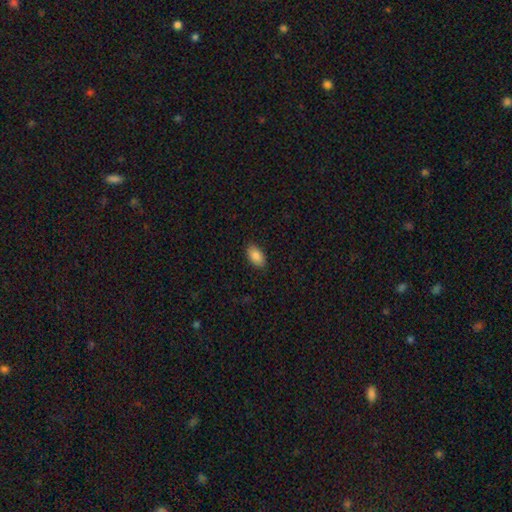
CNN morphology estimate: smooth 87%, star or artifact 7%, featured or disk 6%. Down the decision tree: how rounded — in between (94%); merging — none (89%).